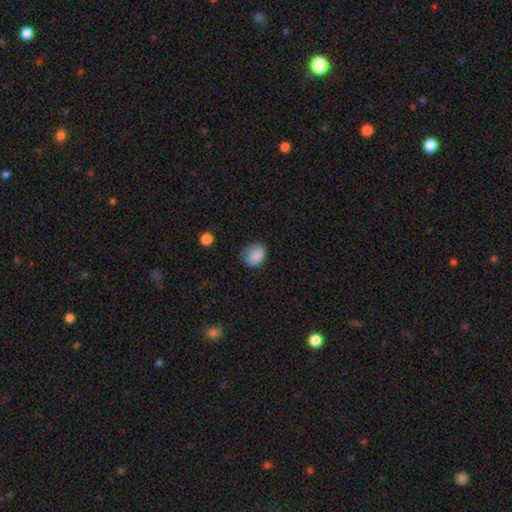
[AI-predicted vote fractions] Smooth or featured?
  - smooth: 81% *
  - featured or disk: 11%
  - star or artifact: 8%
How rounded?
  - in between: 50% *
  - round: 49%
  - cigar-shaped: 1%
Merging?
  - none: 56% *
  - minor disturbance: 31%
  - major disturbance: 11%
  - merger: 1%